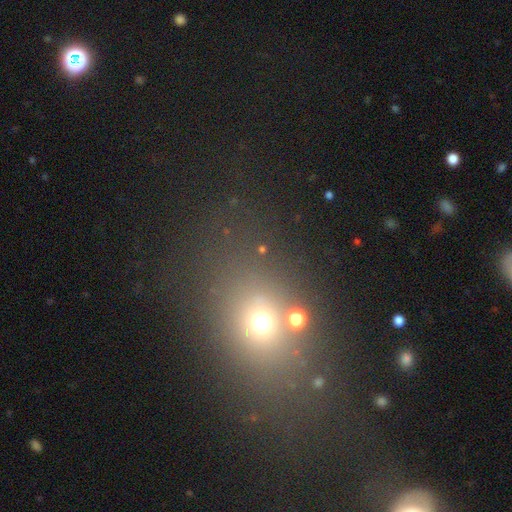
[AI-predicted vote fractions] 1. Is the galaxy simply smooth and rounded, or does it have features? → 52% smooth, 34% star or artifact, 14% featured or disk.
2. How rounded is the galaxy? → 52% in between, 45% round, 3% cigar-shaped.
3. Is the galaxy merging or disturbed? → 73% none, 11% minor disturbance, 10% merger, 7% major disturbance.